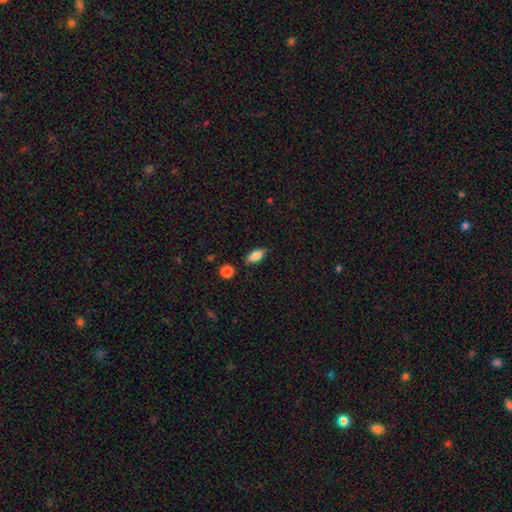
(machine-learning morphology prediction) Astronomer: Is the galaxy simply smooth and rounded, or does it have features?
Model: smooth — 77%.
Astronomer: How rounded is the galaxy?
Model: in between — 81%.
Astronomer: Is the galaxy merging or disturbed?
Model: none — 84%.